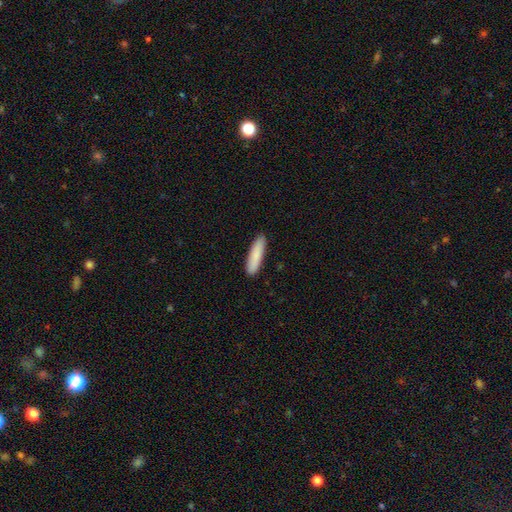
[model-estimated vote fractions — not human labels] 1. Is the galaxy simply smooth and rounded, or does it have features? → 87% smooth, 7% featured or disk, 6% star or artifact.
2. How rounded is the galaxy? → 74% cigar-shaped, 25% in between, 1% round.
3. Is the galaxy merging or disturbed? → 90% none, 7% minor disturbance, 1% major disturbance, 1% merger.